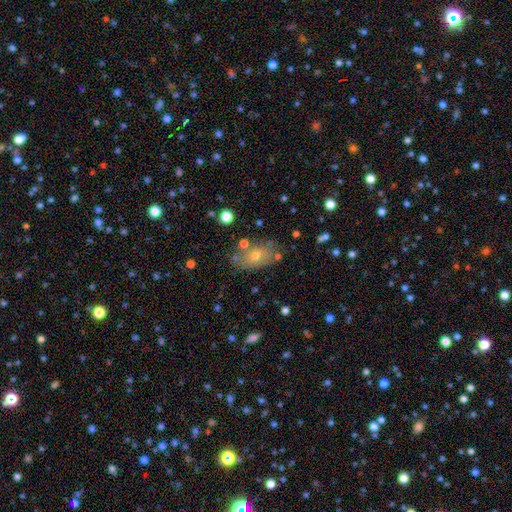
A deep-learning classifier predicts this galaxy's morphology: Smooth or featured: smooth — 62% (featured or disk — 24%)
How rounded: in between — 84% (round — 13%)
Merging: none — 73% (minor disturbance — 15%)